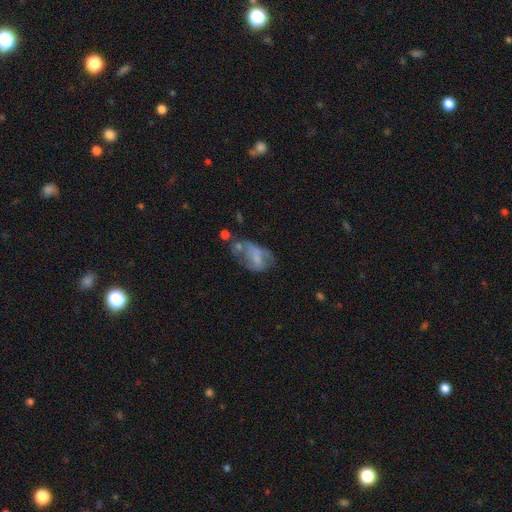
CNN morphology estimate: This appears to be a featured or disk galaxy (46%). Merging: major disturbance (32%).